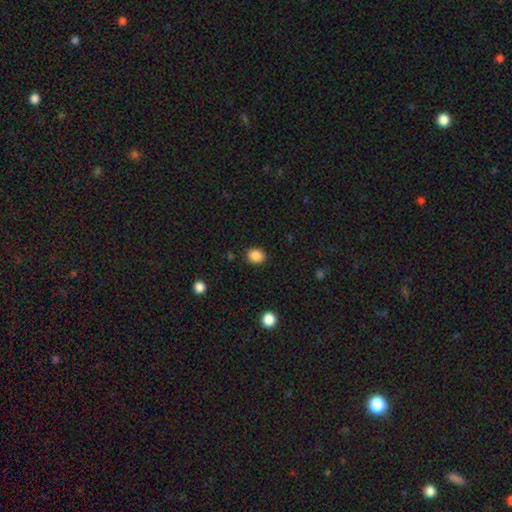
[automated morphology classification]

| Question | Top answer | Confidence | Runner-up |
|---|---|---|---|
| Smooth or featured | smooth | 87% | star or artifact (10%) |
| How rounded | round | 57% | in between (42%) |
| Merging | none | 87% | minor disturbance (9%) |